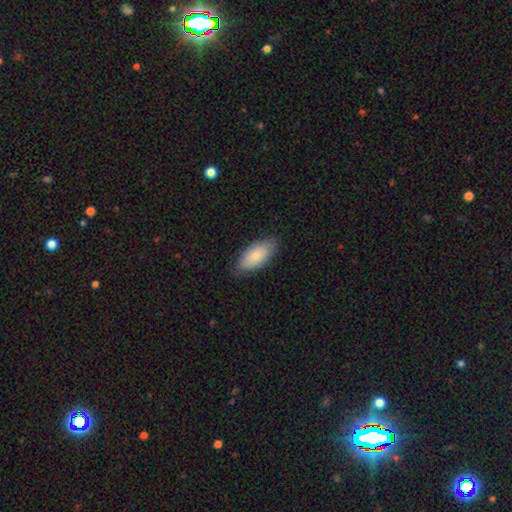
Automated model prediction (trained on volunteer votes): smooth-or-featured: smooth: 83% | featured or disk: 11% | star or artifact: 6%
  how-rounded: in between: 90% | cigar-shaped: 8% | round: 2%
  merging: none: 82% | minor disturbance: 14% | major disturbance: 3% | merger: 1%